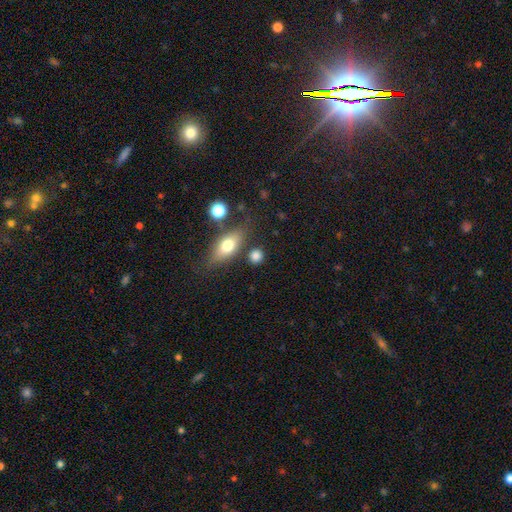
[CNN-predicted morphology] smooth-or-featured: smooth: 79% | featured or disk: 10% | star or artifact: 10%
  how-rounded: round: 63% | in between: 31% | cigar-shaped: 6%
  merging: none: 77% | minor disturbance: 11% | merger: 8% | major disturbance: 4%